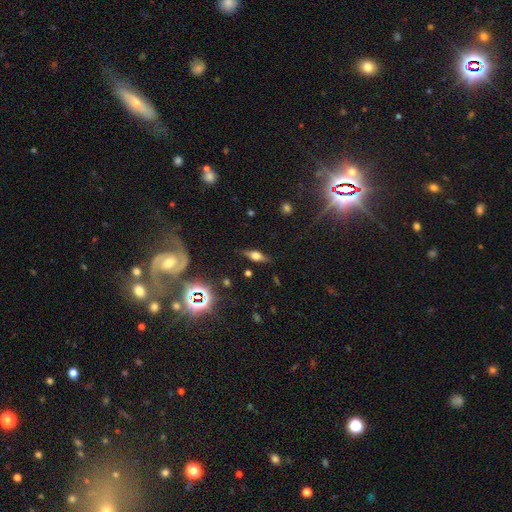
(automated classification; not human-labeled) Smooth or featured? Predicted: featured or disk (p=0.53). Edge-on disk? Predicted: yes (p=0.91). Merging? Predicted: none (p=0.82).